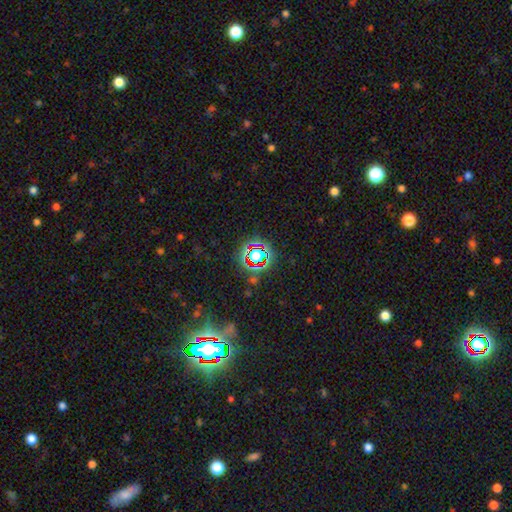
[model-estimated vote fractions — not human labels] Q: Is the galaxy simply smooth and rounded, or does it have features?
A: star or artifact — 67%.